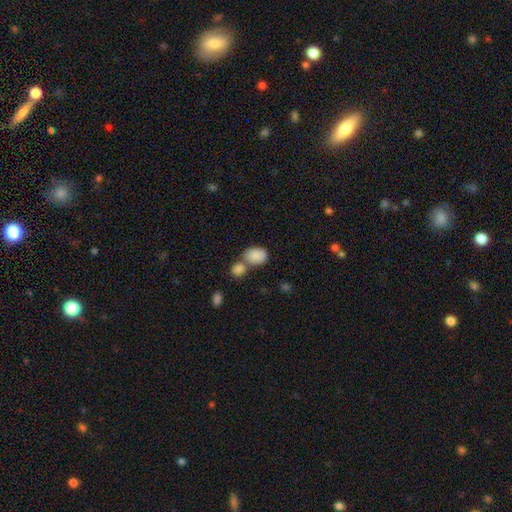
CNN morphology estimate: Smooth or featured? Predicted: smooth (p=0.85). How rounded? Predicted: in between (p=0.73). Merging? Predicted: merger (p=0.48).